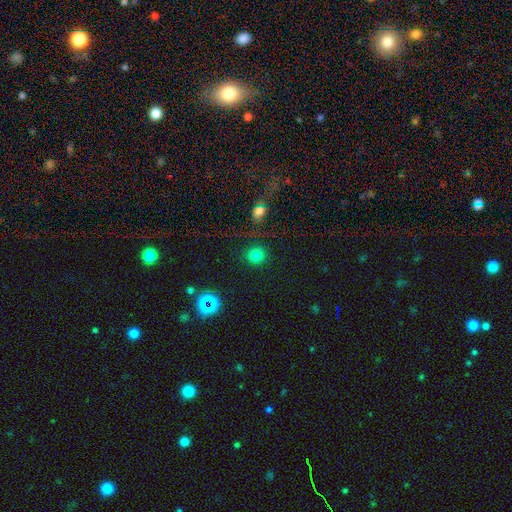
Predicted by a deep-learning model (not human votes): Q: Smooth or featured?
A: smooth (77%); runner-up: star or artifact (18%)
Q: How rounded?
A: round (83%); runner-up: in between (16%)
Q: Merging?
A: none (82%); runner-up: minor disturbance (10%)